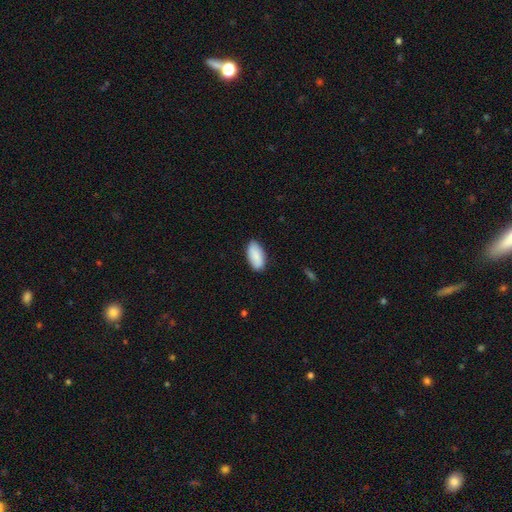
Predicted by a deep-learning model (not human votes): smooth 86%, featured or disk 8%, star or artifact 6%. Down the decision tree: how rounded — in between (94%); merging — none (85%).